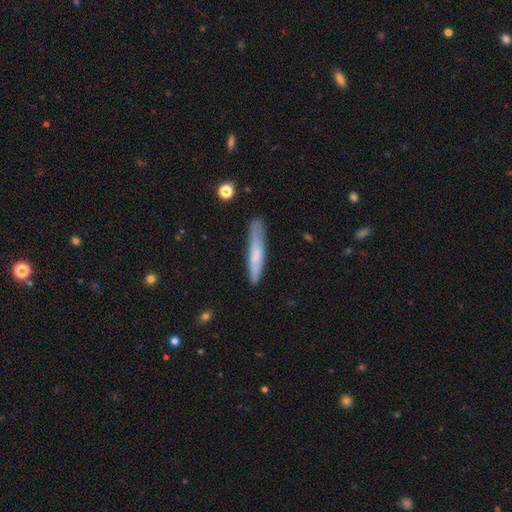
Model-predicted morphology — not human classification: A smooth galaxy with no disk features (60%) that is cigar-shaped (92%).

Vote fractions:
- Smooth or featured? smooth: 60% / featured or disk: 34% / star or artifact: 6%
- How rounded? cigar-shaped: 92% / in between: 7% / round: 1%
- Merging? none: 78% / minor disturbance: 17% / major disturbance: 3% / merger: 2%